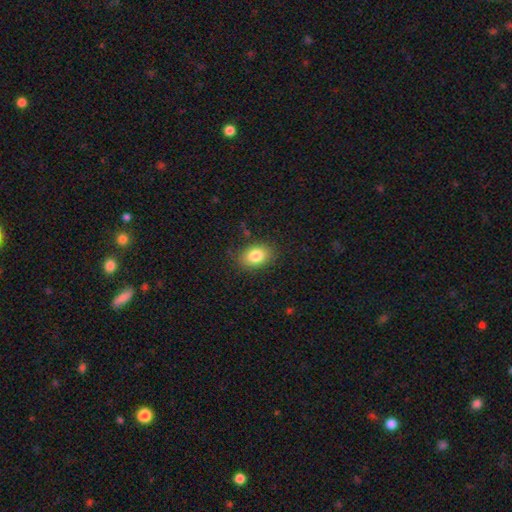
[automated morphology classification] type=smooth (83%); roundness=in between (77%); merging=none (85%).